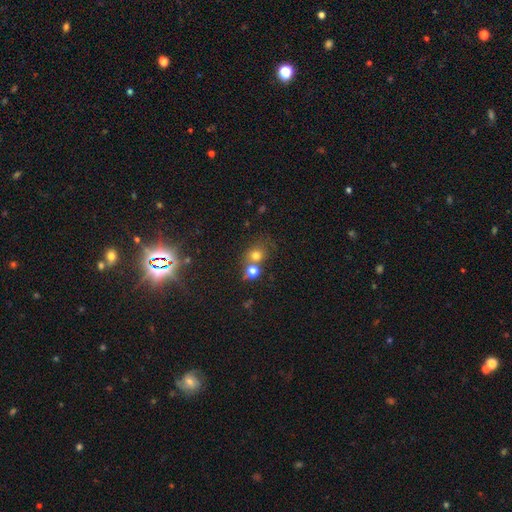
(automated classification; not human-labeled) smooth 72%, star or artifact 17%, featured or disk 11%. Down the decision tree: how rounded — round (76%); merging — none (46%).